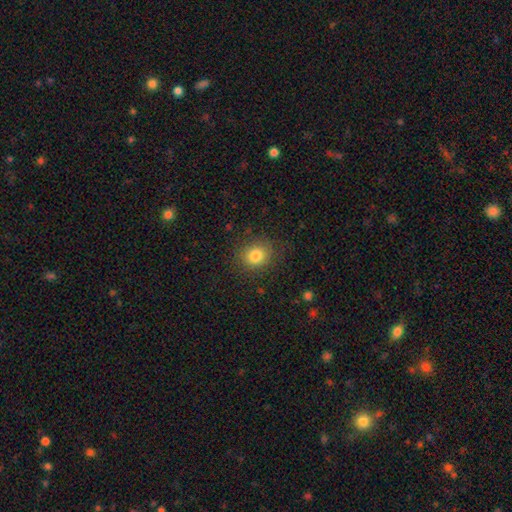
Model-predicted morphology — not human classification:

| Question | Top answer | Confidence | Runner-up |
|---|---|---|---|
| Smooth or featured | smooth | 82% | star or artifact (12%) |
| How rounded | round | 75% | in between (24%) |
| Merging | none | 85% | minor disturbance (10%) |